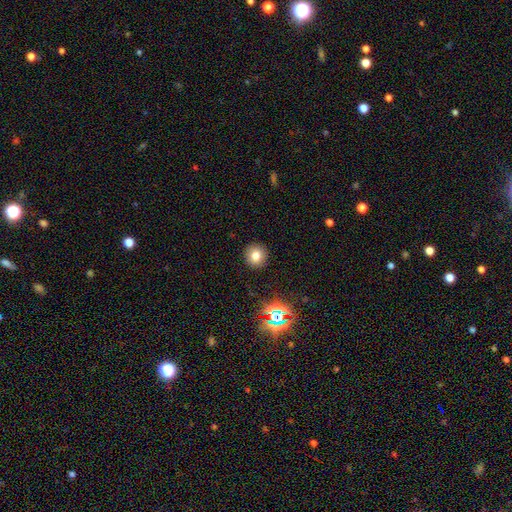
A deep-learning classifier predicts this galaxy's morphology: Smooth or featured? smooth (76%)
How rounded? round (93%)
Merging? none (92%)